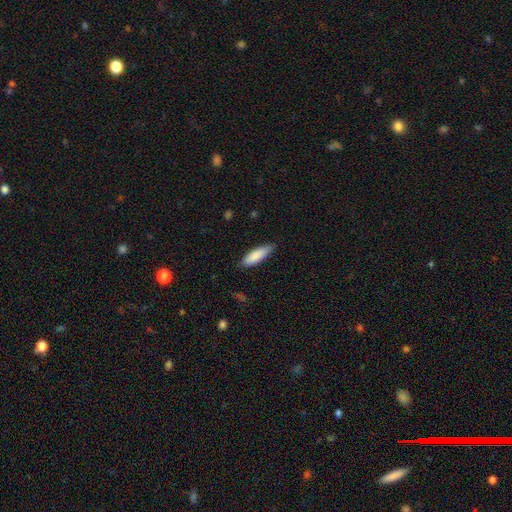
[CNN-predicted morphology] Q: Smooth or featured?
A: smooth (85%); runner-up: featured or disk (9%)
Q: How rounded?
A: cigar-shaped (52%); runner-up: in between (47%)
Q: Merging?
A: none (81%); runner-up: minor disturbance (16%)